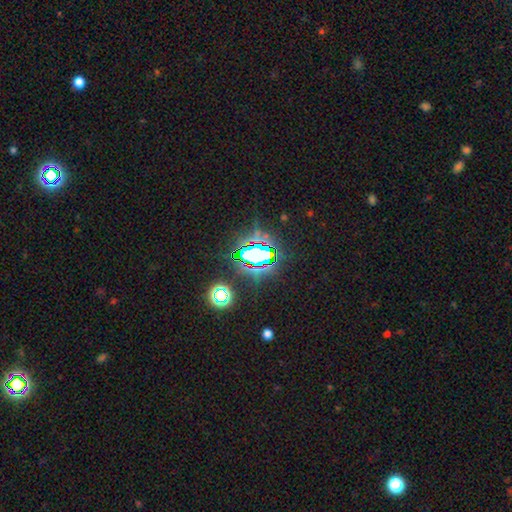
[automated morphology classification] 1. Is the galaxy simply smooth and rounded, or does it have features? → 70% star or artifact, 18% smooth, 12% featured or disk.